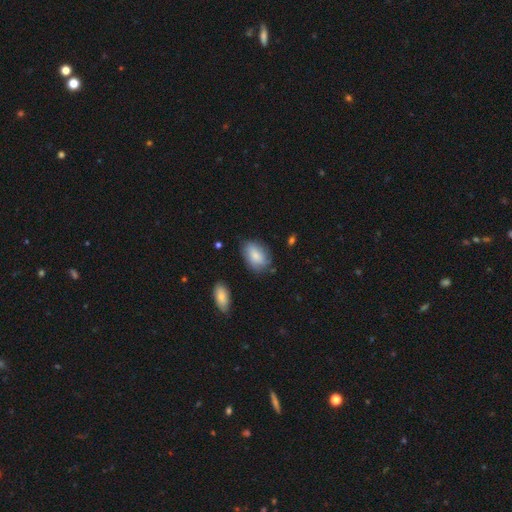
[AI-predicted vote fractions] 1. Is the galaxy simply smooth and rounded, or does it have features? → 78% smooth, 16% featured or disk, 7% star or artifact.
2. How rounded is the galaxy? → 89% in between, 9% round, 2% cigar-shaped.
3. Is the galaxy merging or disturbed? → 71% none, 21% minor disturbance, 5% major disturbance, 2% merger.